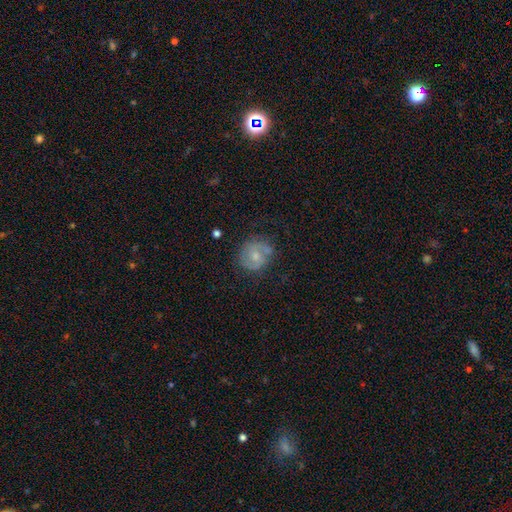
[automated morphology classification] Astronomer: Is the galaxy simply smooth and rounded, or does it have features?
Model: featured or disk — 57% (runner-up: smooth, 35%).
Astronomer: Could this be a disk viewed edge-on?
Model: no — 97%.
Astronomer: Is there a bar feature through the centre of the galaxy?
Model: no — 64%.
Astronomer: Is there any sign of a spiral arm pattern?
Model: yes — 76%.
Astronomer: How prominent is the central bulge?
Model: moderate — 54% (runner-up: small, 38%).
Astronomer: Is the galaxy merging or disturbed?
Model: none — 65%.